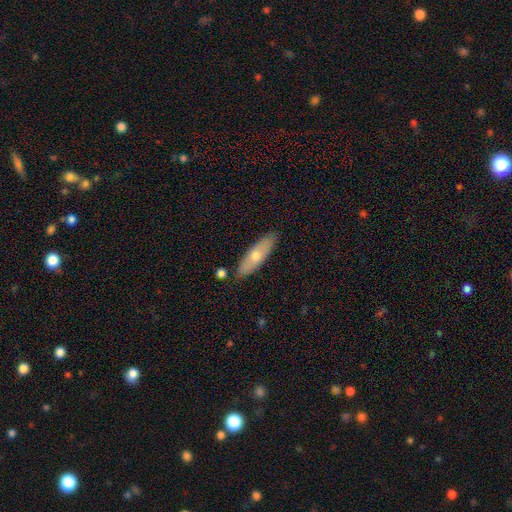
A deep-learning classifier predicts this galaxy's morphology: Q: Smooth or featured?
A: smooth (60%); runner-up: featured or disk (34%)
Q: How rounded?
A: cigar-shaped (52%); runner-up: in between (46%)
Q: Merging?
A: none (84%); runner-up: minor disturbance (11%)